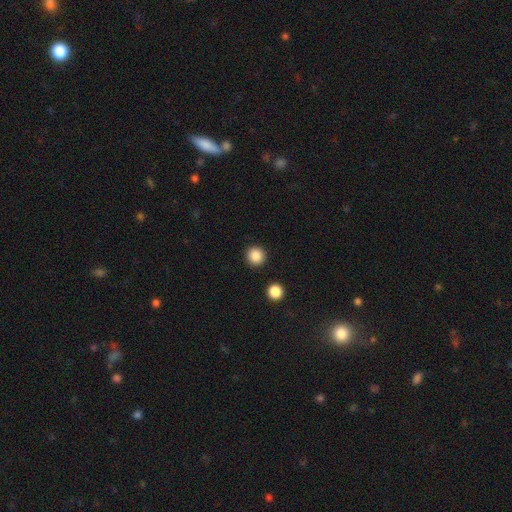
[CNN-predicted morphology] smooth_or_featured: smooth (p=0.87) [alt: star or artifact p=0.10]
how_rounded: round (p=0.95) [alt: in between p=0.04]
merging: none (p=0.92) [alt: minor disturbance p=0.05]